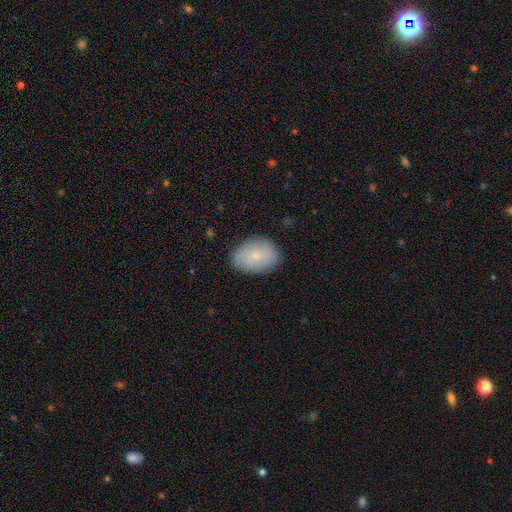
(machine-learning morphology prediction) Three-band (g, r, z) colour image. It shows a smooth galaxy with no disk features (76%) that is in between round and cigar-shaped (80%). Merging: none (84%).